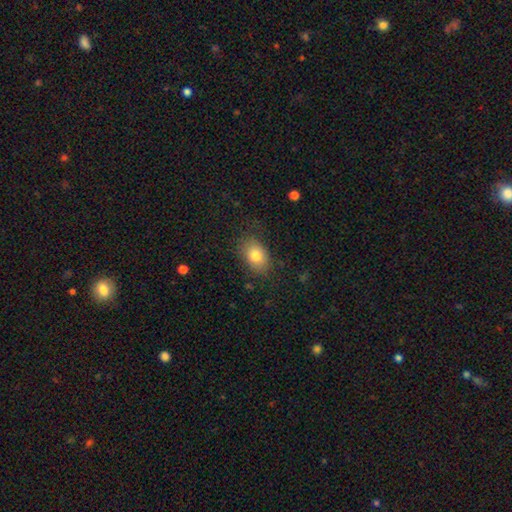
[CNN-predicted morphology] smooth-or-featured: smooth: 80% | featured or disk: 11% | star or artifact: 9%
  how-rounded: in between: 78% | round: 21% | cigar-shaped: 1%
  merging: none: 79% | minor disturbance: 15% | major disturbance: 5% | merger: 1%